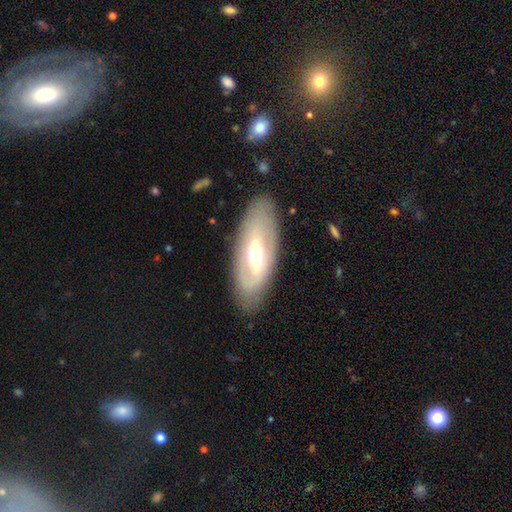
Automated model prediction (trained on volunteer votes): featured or disk 62%, smooth 32%, star or artifact 6%. Down the decision tree: edge-on disk — no (82%); bar — no (36%); spiral arms — no (65%); bulge size — moderate (66%); merging — none (83%).